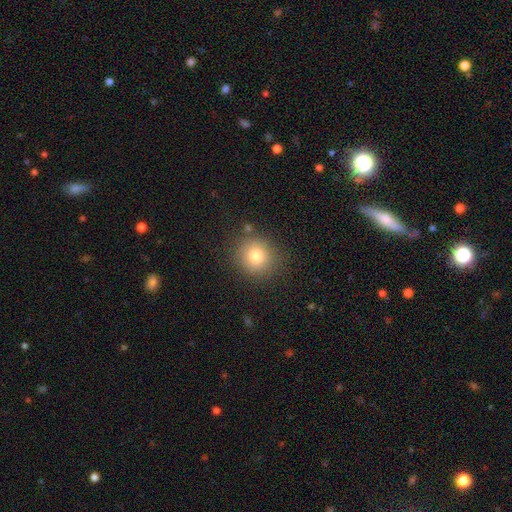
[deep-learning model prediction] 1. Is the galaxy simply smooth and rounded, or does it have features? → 79% smooth, 12% star or artifact, 10% featured or disk.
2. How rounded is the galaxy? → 90% round, 9% in between, 1% cigar-shaped.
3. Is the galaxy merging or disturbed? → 85% none, 9% minor disturbance, 3% major disturbance, 3% merger.